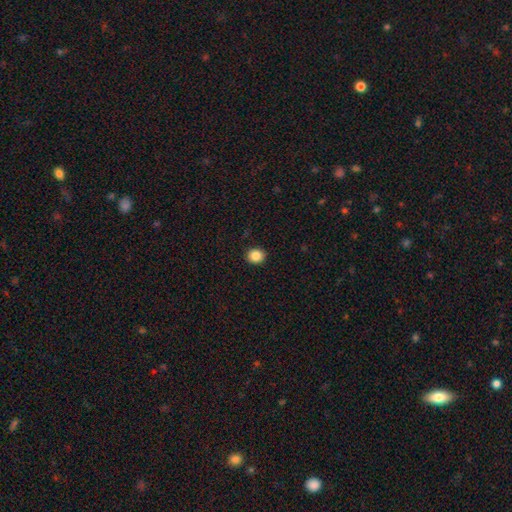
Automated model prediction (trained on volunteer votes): The model was most divided on "how rounded": round: 75%, in between: 24%, cigar-shaped: 1%. More confident: merging — none (91%); smooth or featured — smooth (86%).